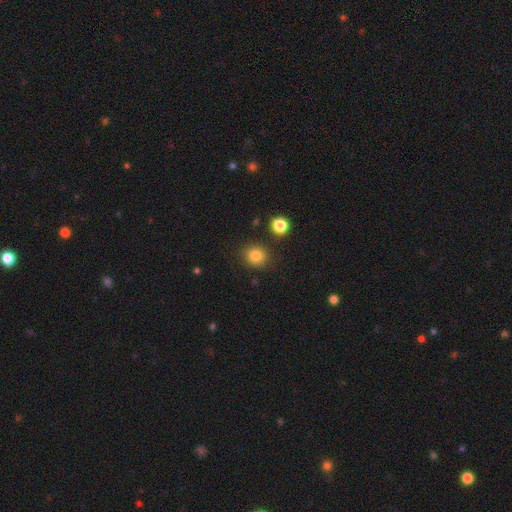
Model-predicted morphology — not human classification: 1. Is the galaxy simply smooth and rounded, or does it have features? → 83% smooth, 12% star or artifact, 5% featured or disk.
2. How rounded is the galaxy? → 84% round, 15% in between, 1% cigar-shaped.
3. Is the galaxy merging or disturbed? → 87% none, 7% minor disturbance, 3% merger, 3% major disturbance.